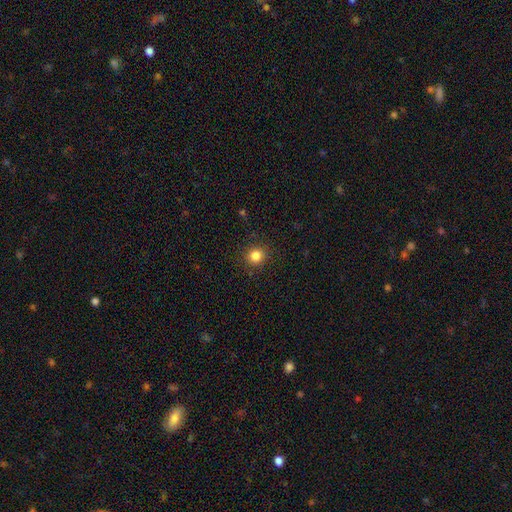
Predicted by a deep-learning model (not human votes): smooth 84%, star or artifact 12%, featured or disk 4%. Down the decision tree: how rounded — round (87%); merging — none (90%).